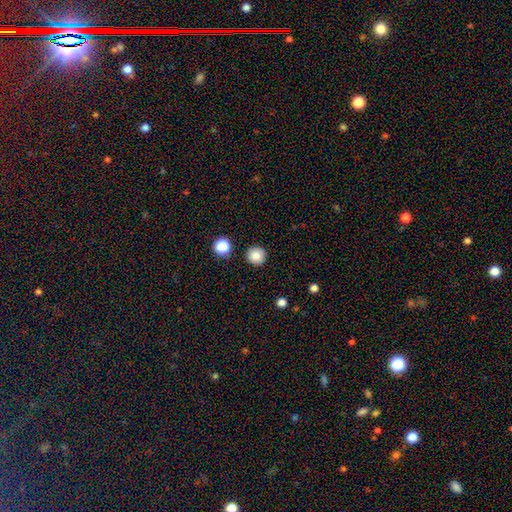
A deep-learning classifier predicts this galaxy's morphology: Smooth or featured?
  - smooth: 84% *
  - star or artifact: 10%
  - featured or disk: 5%
How rounded?
  - round: 95% *
  - in between: 4%
  - cigar-shaped: 1%
Merging?
  - none: 91% *
  - minor disturbance: 6%
  - merger: 2%
  - major disturbance: 2%